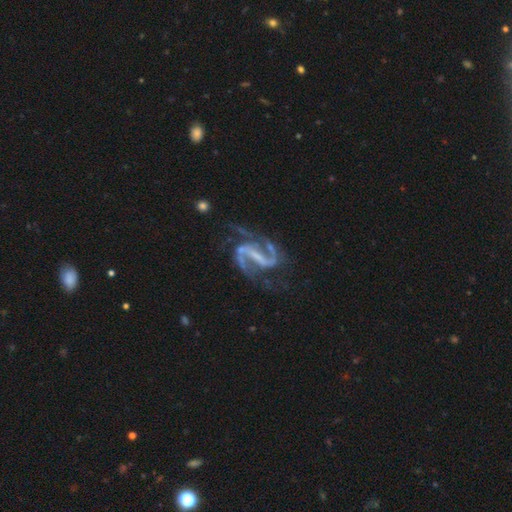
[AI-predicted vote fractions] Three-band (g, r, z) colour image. It shows a featured or disk galaxy (92%) with a strong bar (63%), 2 (93%) medium (53%) spiral arms (98%) and no central bulge (47%). Merging: none (64%).